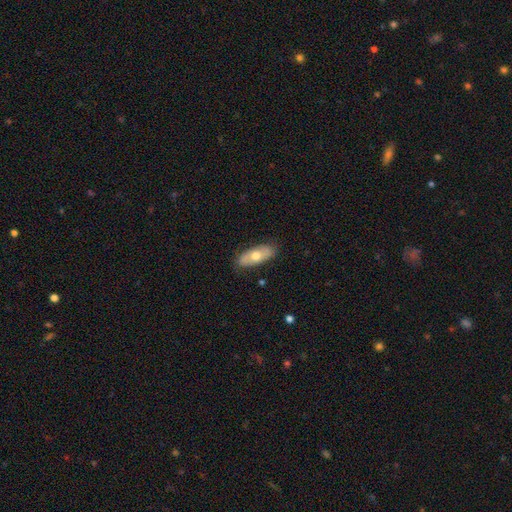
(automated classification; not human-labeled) A smooth galaxy with no disk features (60%) that is in between round and cigar-shaped (83%). Merging: none (84%).